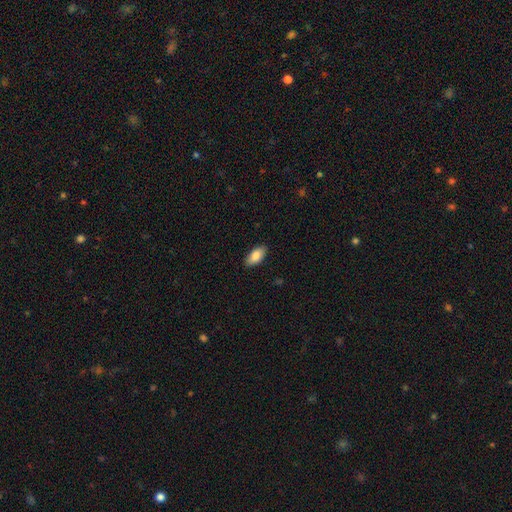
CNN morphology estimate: Overall: smooth (86%). How rounded: in between (92%). Merging: none (88%).